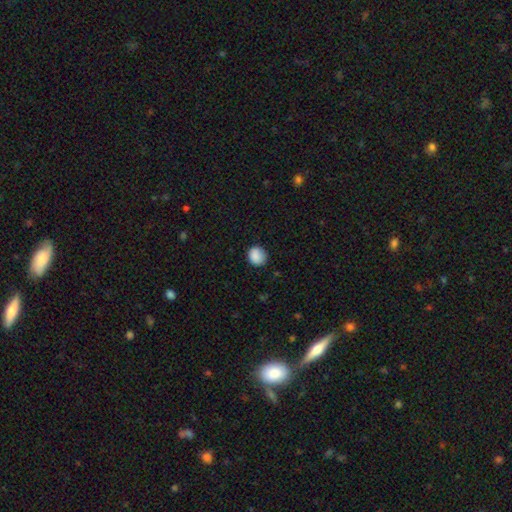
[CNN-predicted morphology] smooth 88%, star or artifact 9%, featured or disk 4%. Down the decision tree: how rounded — round (82%); merging — none (81%).